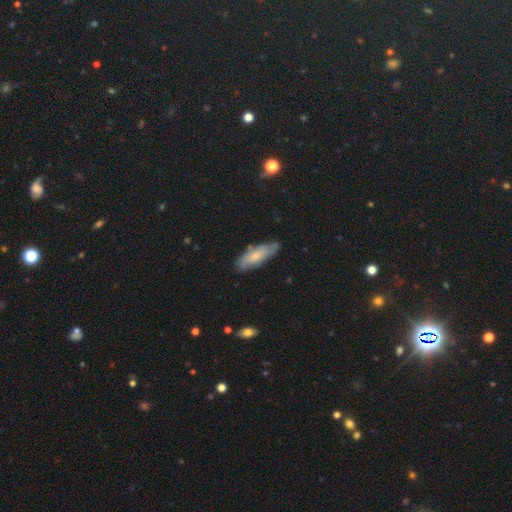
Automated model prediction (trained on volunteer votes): Overall: smooth (54%; featured or disk 39%). How rounded: in between (60%; cigar-shaped 38%). Merging: none (76%).